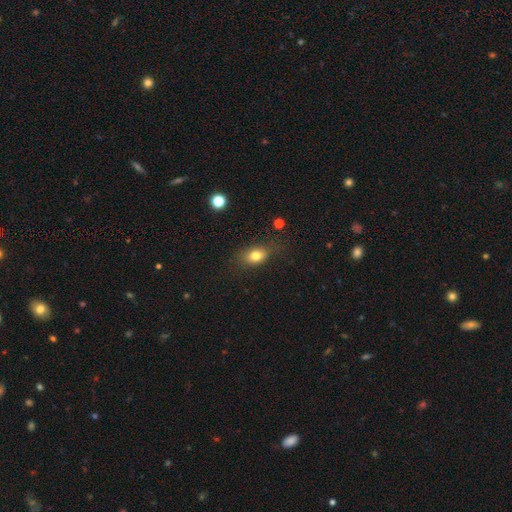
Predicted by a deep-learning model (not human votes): Morphology: type=smooth (78%); roundness=in between (73%); merging=none (71%).